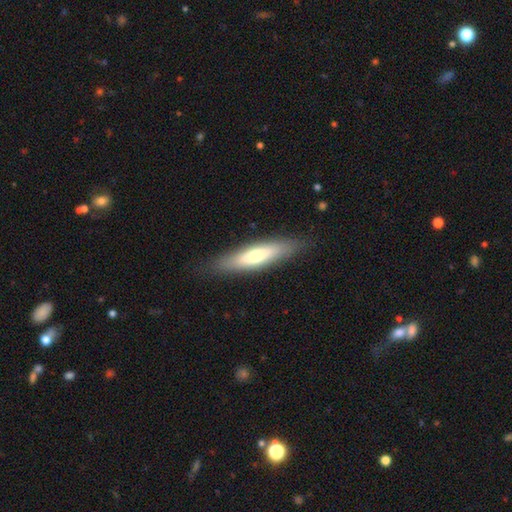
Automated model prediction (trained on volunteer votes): This appears to be a smooth galaxy with no disk features (60%) that is cigar-shaped (72%). Merging: none (85%).